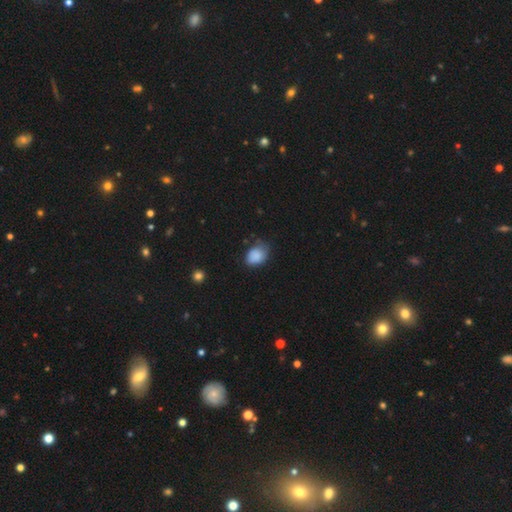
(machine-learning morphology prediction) type=smooth (85%); roundness=in between (63%); merging=none (55%).